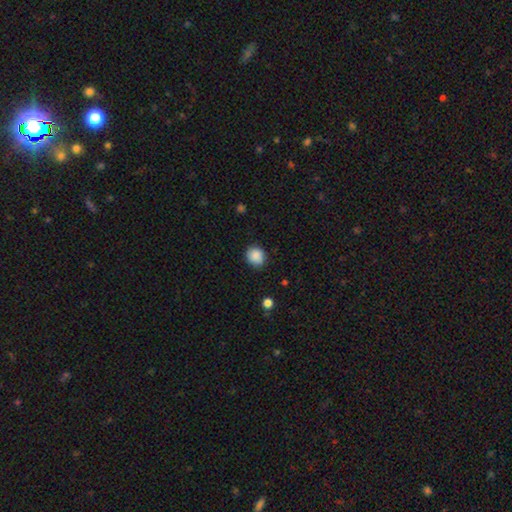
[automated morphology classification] type=smooth (88%); roundness=round (85%); merging=none (86%).